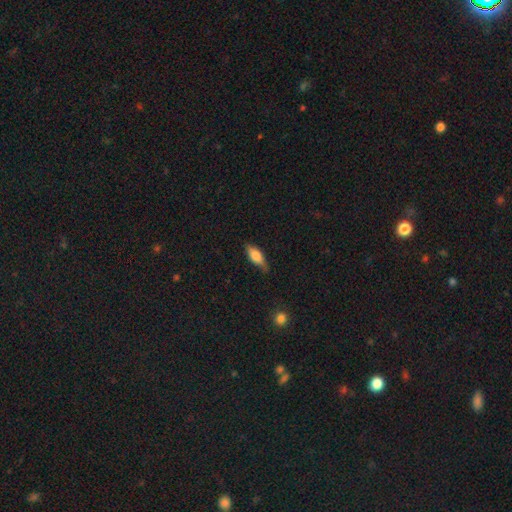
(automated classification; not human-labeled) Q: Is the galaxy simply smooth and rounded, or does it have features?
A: smooth — 71%.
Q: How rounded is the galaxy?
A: in between — 68%.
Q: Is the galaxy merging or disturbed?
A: none — 76%.